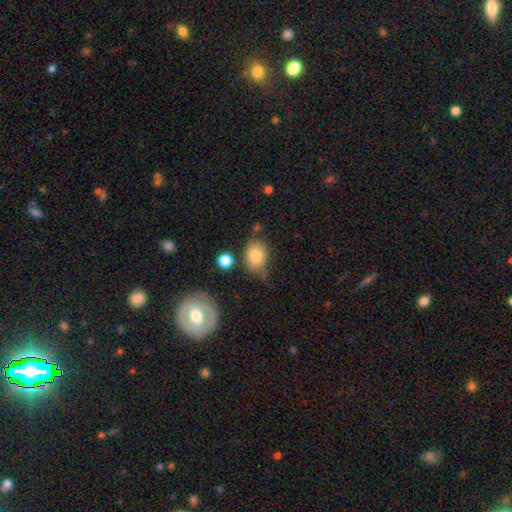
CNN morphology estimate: Q: Smooth or featured?
A: smooth (81%); runner-up: featured or disk (10%)
Q: How rounded?
A: in between (55%); runner-up: round (44%)
Q: Merging?
A: none (56%); runner-up: minor disturbance (27%)